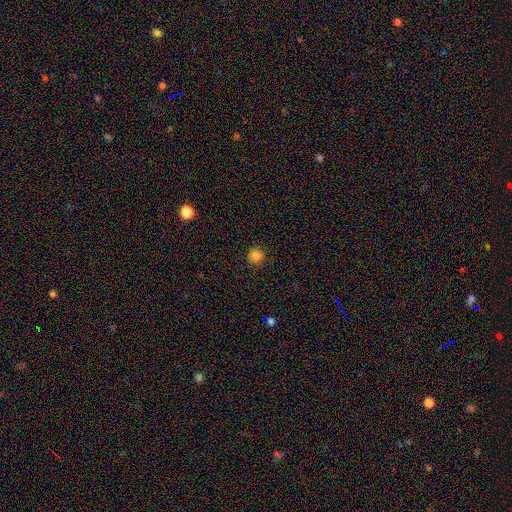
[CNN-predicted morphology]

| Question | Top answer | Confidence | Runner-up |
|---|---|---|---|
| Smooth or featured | smooth | 83% | star or artifact (12%) |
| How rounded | round | 95% | in between (4%) |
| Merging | none | 91% | minor disturbance (6%) |